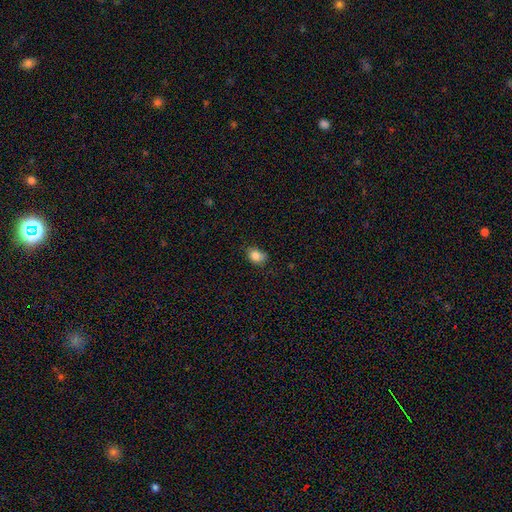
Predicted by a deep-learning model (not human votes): smooth_or_featured: smooth (p=0.84) [alt: star or artifact p=0.10]
how_rounded: in between (p=0.66) [alt: round p=0.32]
merging: none (p=0.63) [alt: minor disturbance p=0.28]